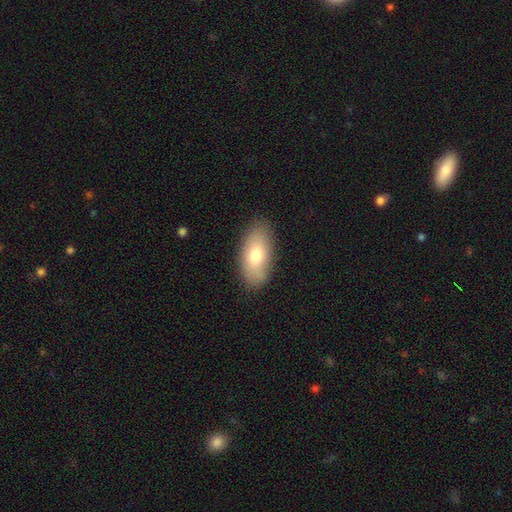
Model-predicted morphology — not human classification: This is likely a smooth galaxy (75%). How rounded: clearly in between (92%). Merging: clearly none (84%).